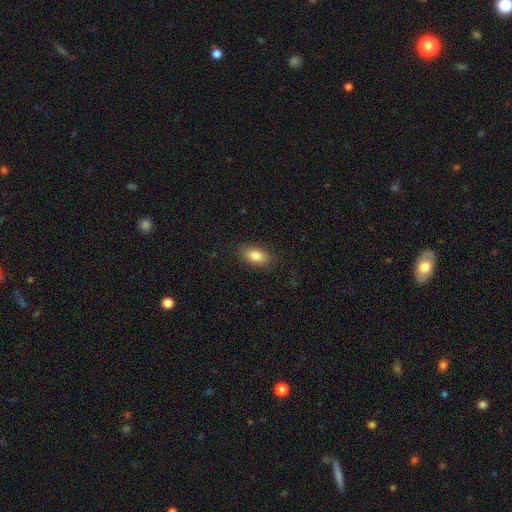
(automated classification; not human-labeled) smooth_or_featured: smooth (p=0.84) [alt: featured or disk p=0.08]
how_rounded: in between (p=0.89) [alt: round p=0.06]
merging: none (p=0.85) [alt: minor disturbance p=0.11]